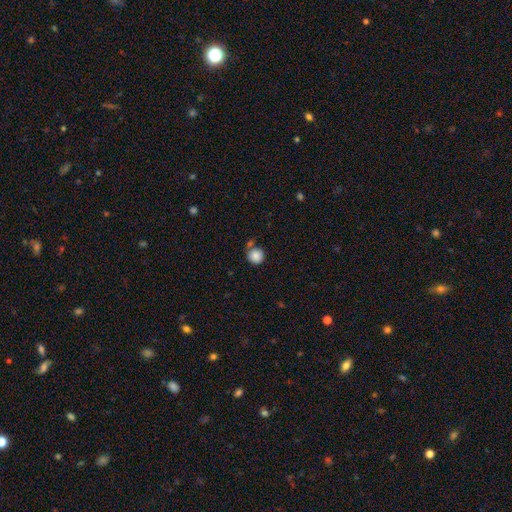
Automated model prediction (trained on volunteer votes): Smooth or featured? Predicted: smooth (p=0.86). How rounded? Predicted: round (p=0.92). Merging? Predicted: none (p=0.69).